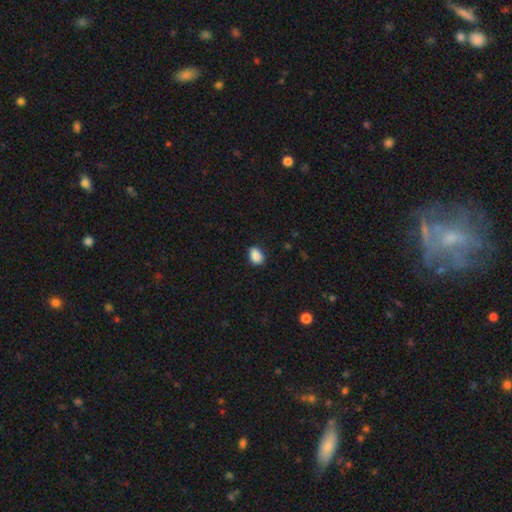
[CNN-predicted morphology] smooth_or_featured: smooth (p=0.89) [alt: star or artifact p=0.08]
how_rounded: in between (p=0.79) [alt: round p=0.19]
merging: none (p=0.85) [alt: minor disturbance p=0.12]